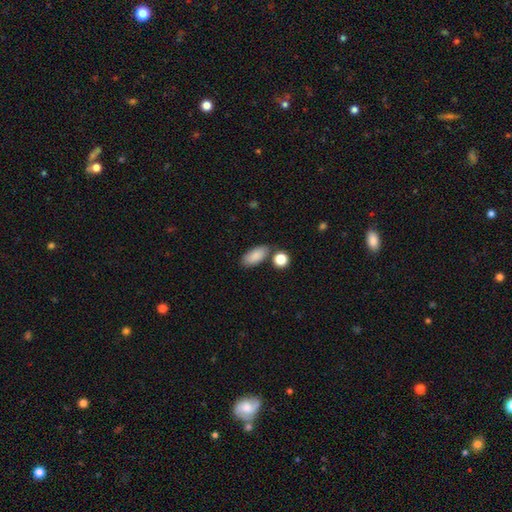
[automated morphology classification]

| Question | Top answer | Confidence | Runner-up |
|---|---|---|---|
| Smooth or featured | smooth | 87% | star or artifact (7%) |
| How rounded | in between | 90% | cigar-shaped (6%) |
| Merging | none | 74% | minor disturbance (13%) |